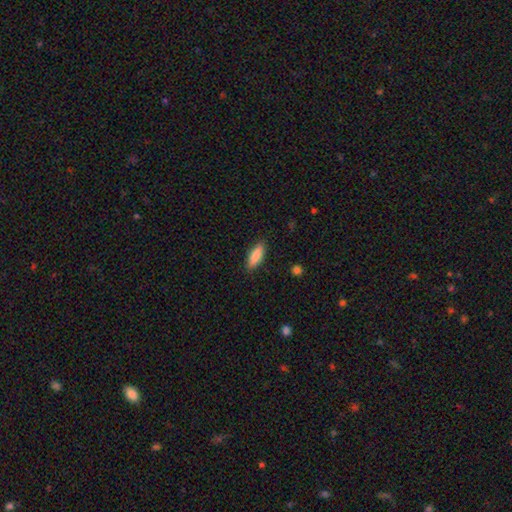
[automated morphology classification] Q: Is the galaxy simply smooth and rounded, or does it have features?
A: smooth — 86%.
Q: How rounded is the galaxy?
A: in between — 59%.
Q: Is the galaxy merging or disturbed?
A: none — 88%.